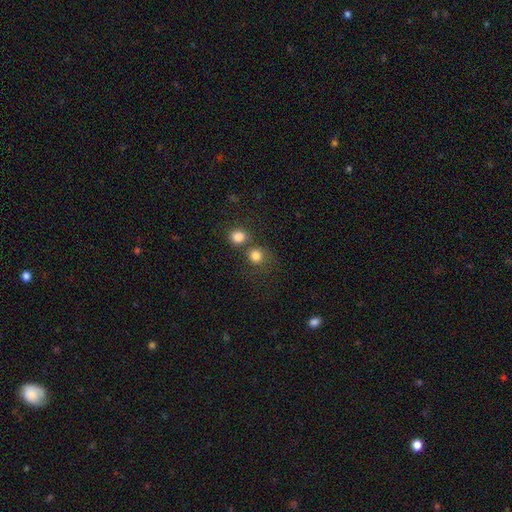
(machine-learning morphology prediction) The model was most divided on "merging": none: 55%, merger: 31%, minor disturbance: 9%, major disturbance: 5%. More confident: how rounded — round (86%); smooth or featured — smooth (81%).